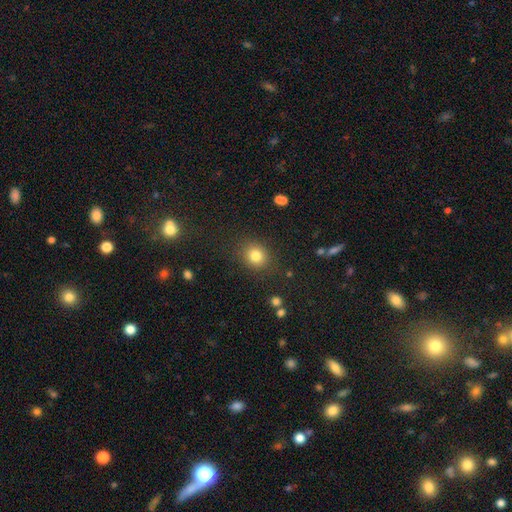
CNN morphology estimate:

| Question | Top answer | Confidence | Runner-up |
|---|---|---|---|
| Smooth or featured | smooth | 82% | star or artifact (12%) |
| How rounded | round | 77% | in between (22%) |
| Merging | none | 85% | minor disturbance (9%) |